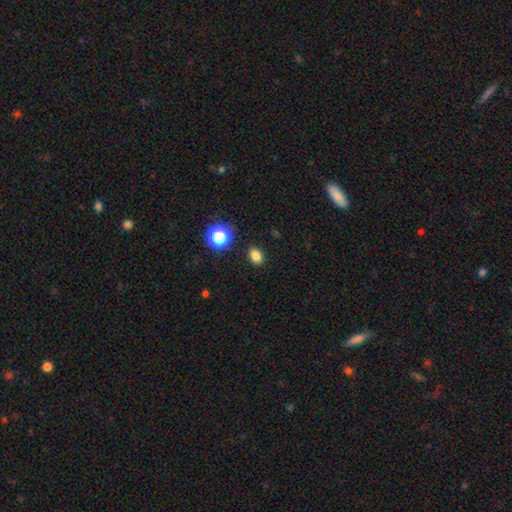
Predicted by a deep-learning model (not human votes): Smooth or featured? Predicted: smooth (p=0.82). How rounded? Predicted: in between (p=0.67). Merging? Predicted: none (p=0.88).